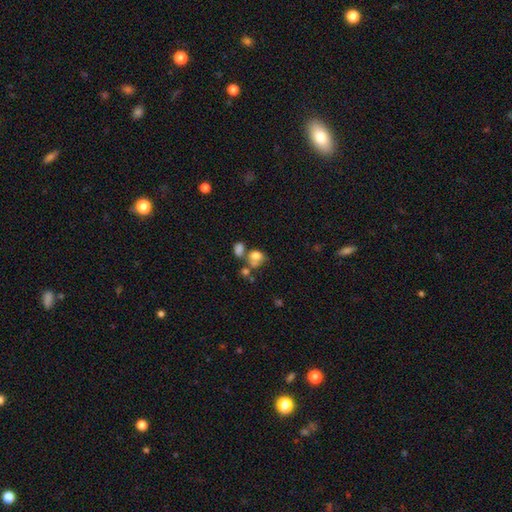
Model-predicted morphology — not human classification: smooth_or_featured: smooth (p=0.73) [alt: featured or disk p=0.15]
how_rounded: round (p=0.53) [alt: in between p=0.46]
merging: merger (p=0.40) [alt: none p=0.34]